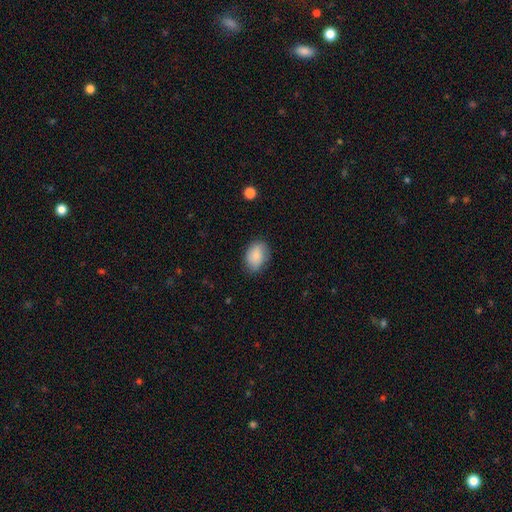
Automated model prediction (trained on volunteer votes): Smooth or featured: smooth — 83% (featured or disk — 10%)
How rounded: in between — 76% (round — 23%)
Merging: none — 76% (minor disturbance — 19%)